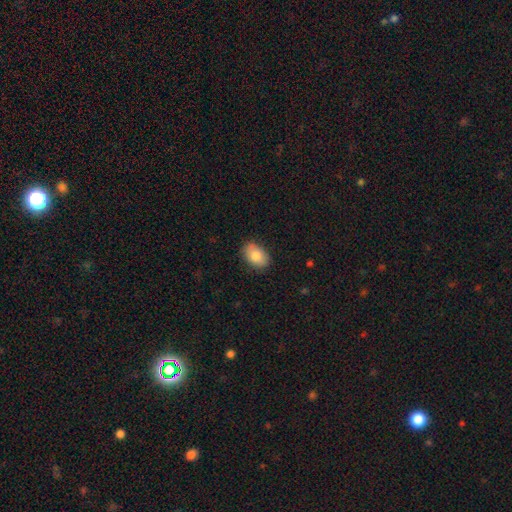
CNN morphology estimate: Smooth or featured: smooth — 83% (featured or disk — 11%)
How rounded: in between — 85% (round — 13%)
Merging: none — 84% (minor disturbance — 13%)